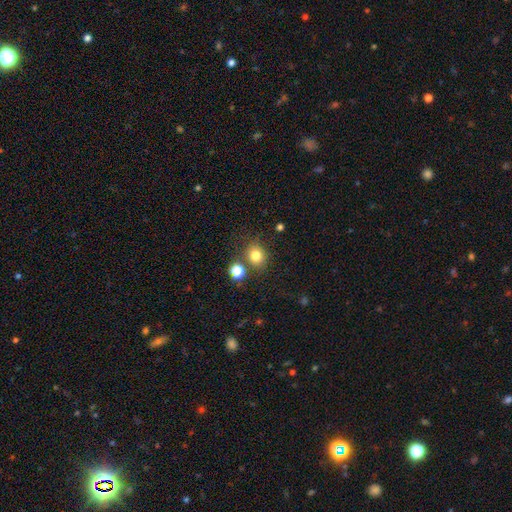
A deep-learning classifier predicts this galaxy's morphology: Overall: smooth (80%). How rounded: round (76%). Merging: none (74%).